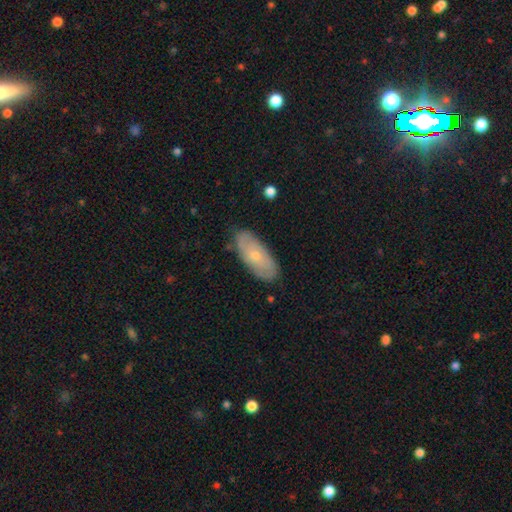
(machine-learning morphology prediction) Smooth or featured? Predicted: smooth (p=0.54). How rounded? Predicted: in between (p=0.84). Merging? Predicted: none (p=0.82).